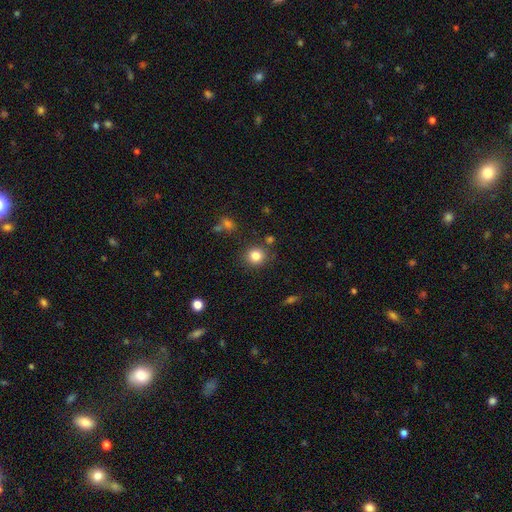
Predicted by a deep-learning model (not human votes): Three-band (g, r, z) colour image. It shows a smooth galaxy with no disk features (83%) that is round (89%). Merging: none (84%).